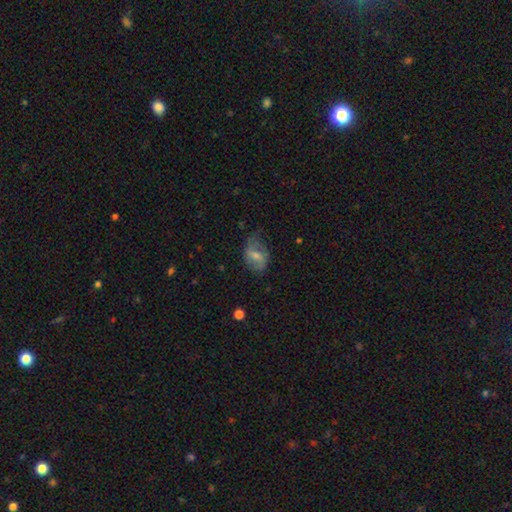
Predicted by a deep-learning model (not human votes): This appears to be a featured or disk galaxy (47%). Merging: none (57%).